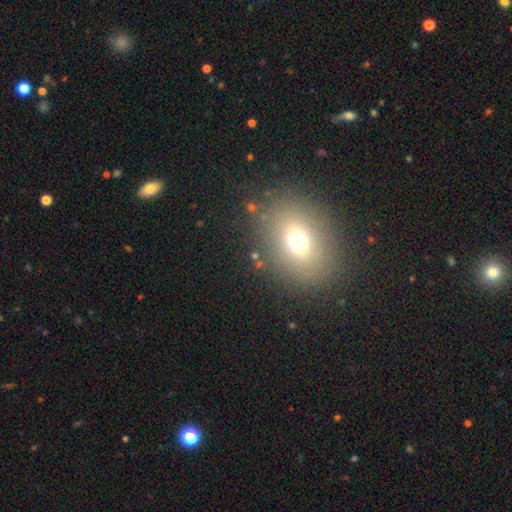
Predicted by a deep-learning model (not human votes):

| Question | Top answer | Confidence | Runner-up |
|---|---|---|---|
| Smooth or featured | smooth | 65% | star or artifact (19%) |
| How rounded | in between | 56% | round (42%) |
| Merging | none | 82% | minor disturbance (10%) |